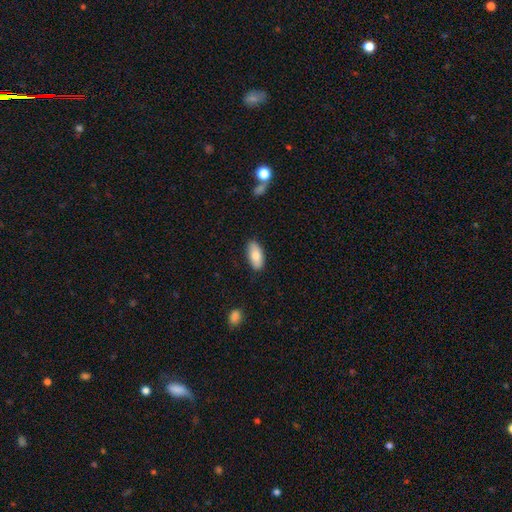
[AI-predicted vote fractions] Smooth or featured? smooth (79%)
How rounded? in between (89%)
Merging? none (86%)